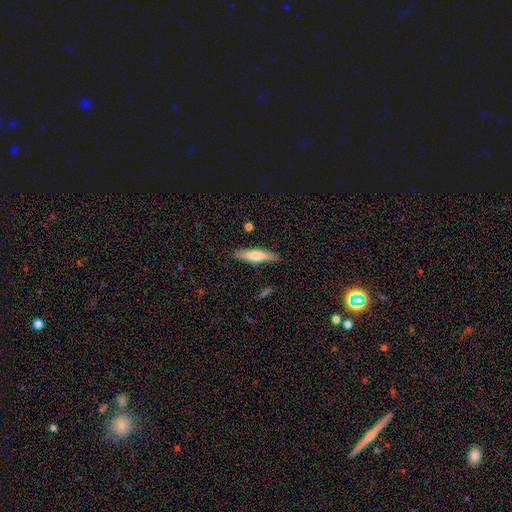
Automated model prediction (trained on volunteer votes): smooth_or_featured: smooth (p=0.61) [alt: featured or disk p=0.33]
how_rounded: cigar-shaped (p=0.82) [alt: in between p=0.16]
merging: none (p=0.87) [alt: minor disturbance p=0.09]